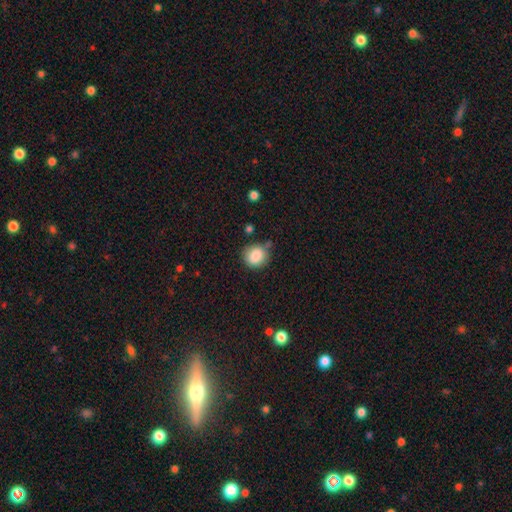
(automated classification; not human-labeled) smooth_or_featured: smooth (p=0.86) [alt: star or artifact p=0.09]
how_rounded: round (p=0.84) [alt: in between p=0.15]
merging: none (p=0.75) [alt: minor disturbance p=0.16]